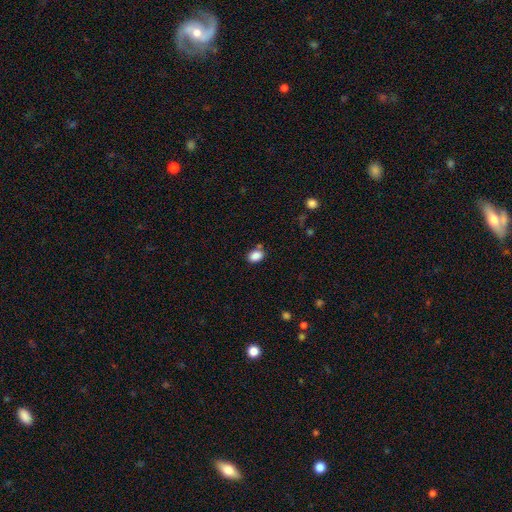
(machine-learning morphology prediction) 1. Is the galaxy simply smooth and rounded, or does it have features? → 87% smooth, 9% star or artifact, 4% featured or disk.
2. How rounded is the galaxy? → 74% in between, 25% round, 1% cigar-shaped.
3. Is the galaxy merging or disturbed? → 74% none, 14% minor disturbance, 8% merger, 4% major disturbance.